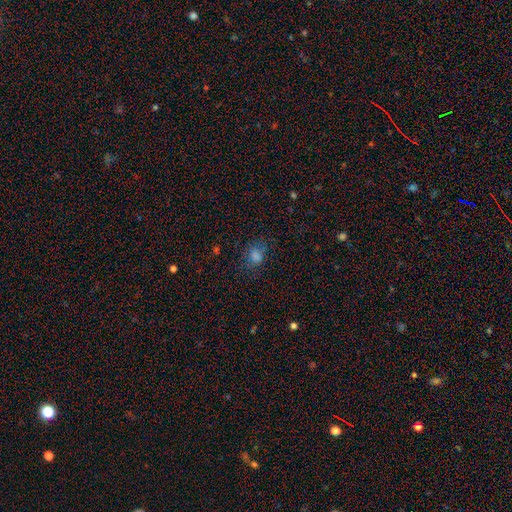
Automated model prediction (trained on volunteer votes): This is likely a smooth galaxy (71%). How rounded: possibly in between (56%). Merging: likely none (61%).